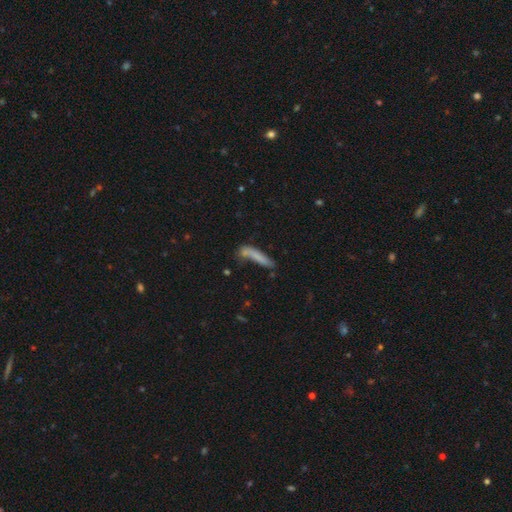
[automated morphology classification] A smooth galaxy with no disk features (73%) that is cigar-shaped (85%). Merging: none (53%).